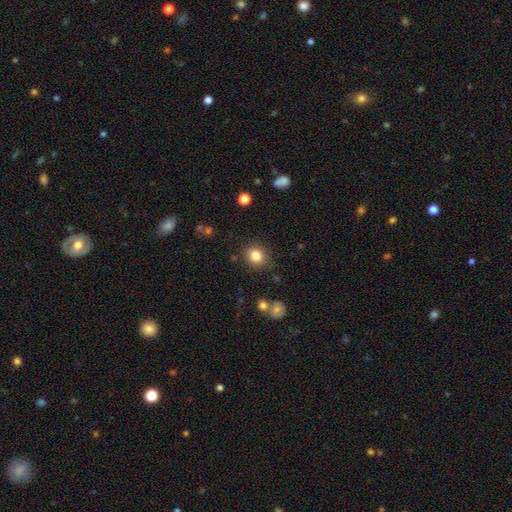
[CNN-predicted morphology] smooth_or_featured: smooth (p=0.83) [alt: star or artifact p=0.11]
how_rounded: round (p=0.81) [alt: in between p=0.18]
merging: none (p=0.85) [alt: minor disturbance p=0.10]